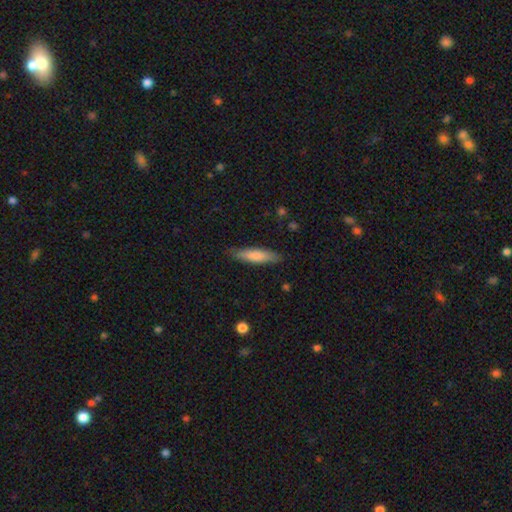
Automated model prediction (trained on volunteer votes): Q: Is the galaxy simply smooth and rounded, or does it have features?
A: smooth — 77%.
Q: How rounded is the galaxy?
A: cigar-shaped — 71%.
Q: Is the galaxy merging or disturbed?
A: none — 83%.